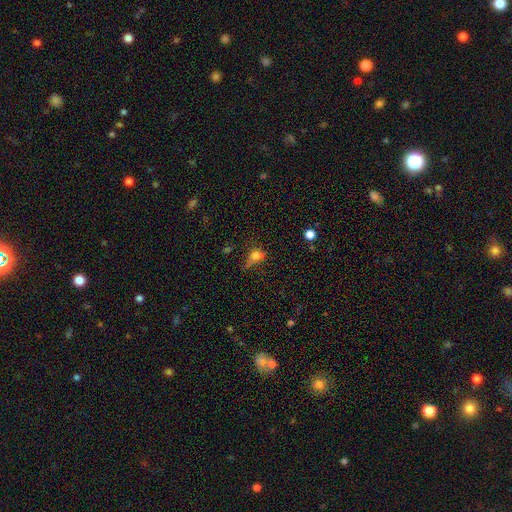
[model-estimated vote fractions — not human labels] A smooth galaxy with no disk features (62%) that is round (48%). Merging: none (41%).